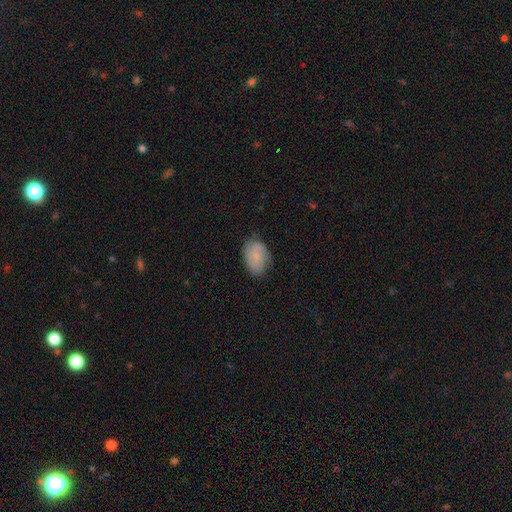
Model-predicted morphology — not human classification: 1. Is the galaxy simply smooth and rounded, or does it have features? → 76% smooth, 17% featured or disk, 7% star or artifact.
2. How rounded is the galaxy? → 89% in between, 9% round, 2% cigar-shaped.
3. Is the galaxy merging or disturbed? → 72% none, 22% minor disturbance, 5% major disturbance, 1% merger.